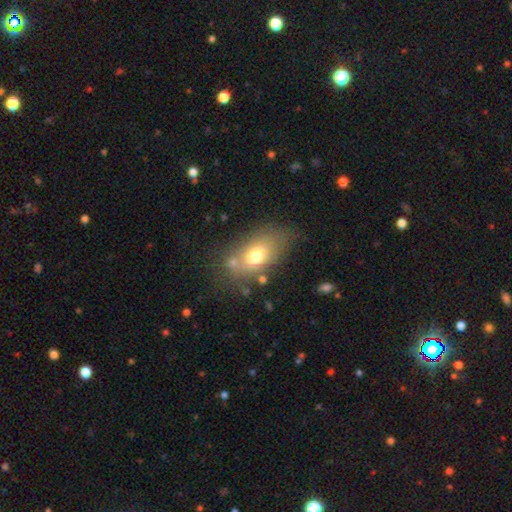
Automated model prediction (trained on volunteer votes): A smooth galaxy with no disk features (70%) that is in between round and cigar-shaped (85%). Merging: none (63%).